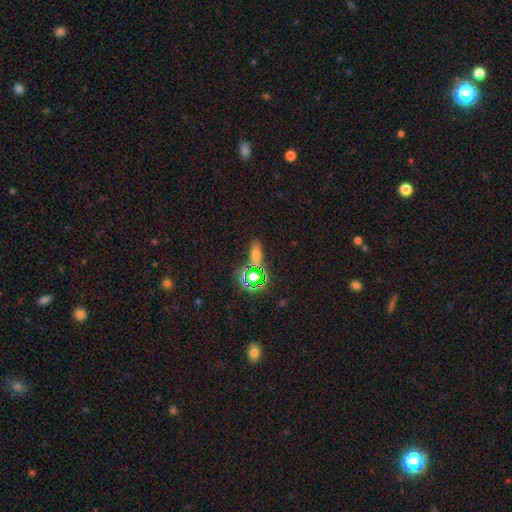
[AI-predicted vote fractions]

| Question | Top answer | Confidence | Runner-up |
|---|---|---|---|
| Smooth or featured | star or artifact | 49% | smooth (42%) |